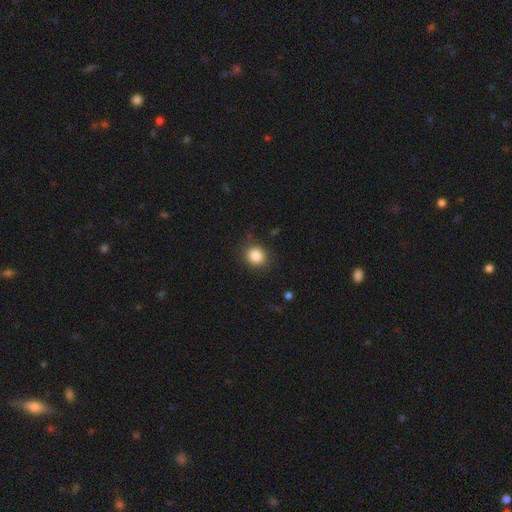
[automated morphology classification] Smooth or featured?
  - smooth: 86% *
  - star or artifact: 10%
  - featured or disk: 4%
How rounded?
  - round: 74% *
  - in between: 25%
  - cigar-shaped: 1%
Merging?
  - none: 85% *
  - minor disturbance: 11%
  - major disturbance: 3%
  - merger: 1%